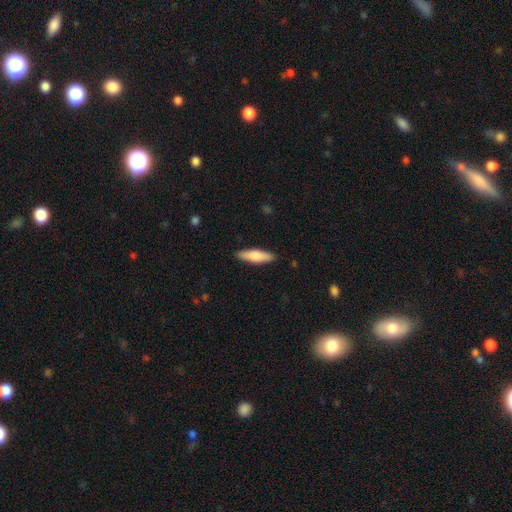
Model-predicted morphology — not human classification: smooth 76%, featured or disk 19%, star or artifact 5%. Down the decision tree: how rounded — cigar-shaped (60%); merging — none (89%).